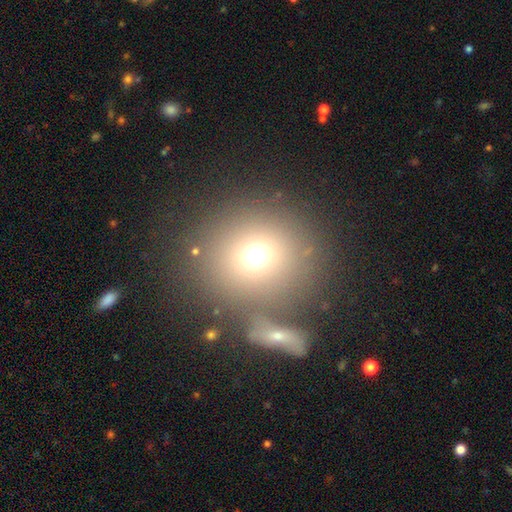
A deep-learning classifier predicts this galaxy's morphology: A smooth galaxy with no disk features (69%) that is round (84%). Merging: none (59%).